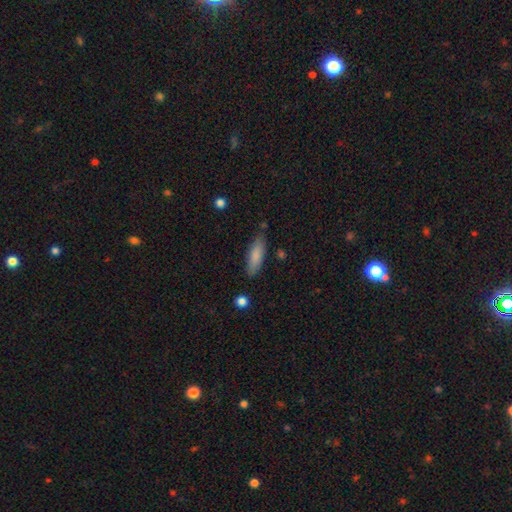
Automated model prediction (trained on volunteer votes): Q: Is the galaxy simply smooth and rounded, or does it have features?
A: smooth — 83%.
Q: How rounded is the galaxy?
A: cigar-shaped — 50%.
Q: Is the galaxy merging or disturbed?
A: none — 80%.